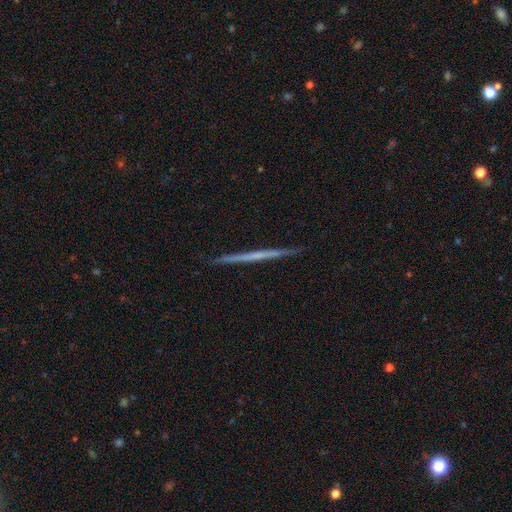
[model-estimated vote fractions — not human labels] Smooth or featured: featured or disk — 63% (smooth — 31%)
Edge-on disk: yes — 98% (no — 2%)
Edge-on bulge: none — 89% (rounded — 8%)
Merging: none — 92% (minor disturbance — 5%)